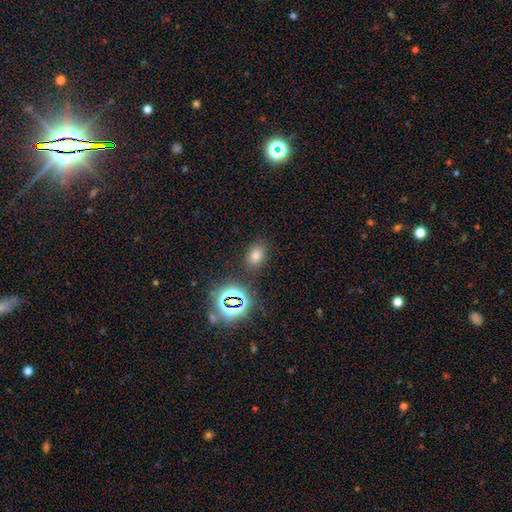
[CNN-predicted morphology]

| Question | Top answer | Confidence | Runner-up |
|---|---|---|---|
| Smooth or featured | smooth | 66% | star or artifact (26%) |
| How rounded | in between | 72% | round (26%) |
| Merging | none | 82% | minor disturbance (10%) |